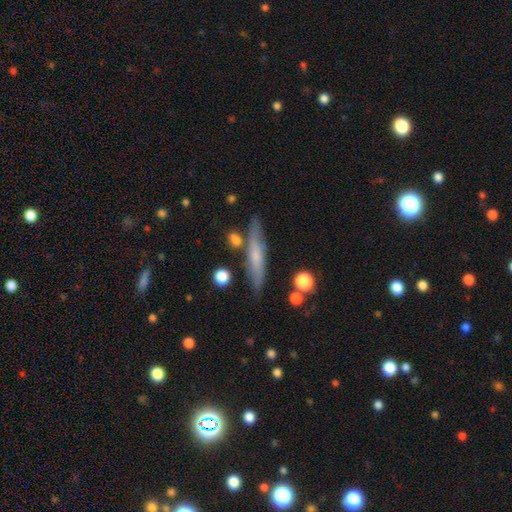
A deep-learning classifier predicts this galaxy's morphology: Overall: smooth (51%; featured or disk 41%). How rounded: cigar-shaped (88%). Merging: none (79%).